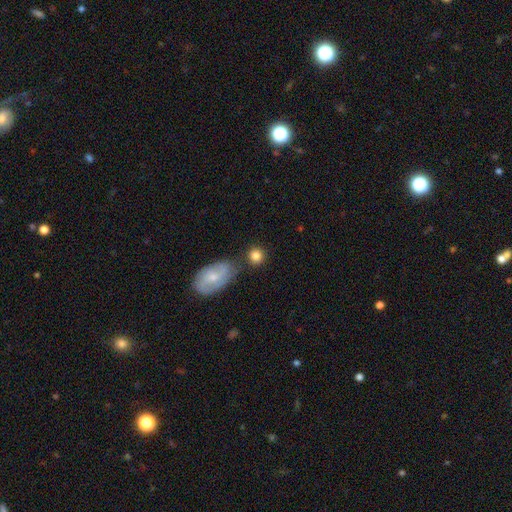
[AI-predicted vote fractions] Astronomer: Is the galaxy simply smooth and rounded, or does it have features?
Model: smooth — 81%.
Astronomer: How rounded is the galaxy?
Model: round — 86%.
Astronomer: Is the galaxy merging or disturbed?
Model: none — 72%.